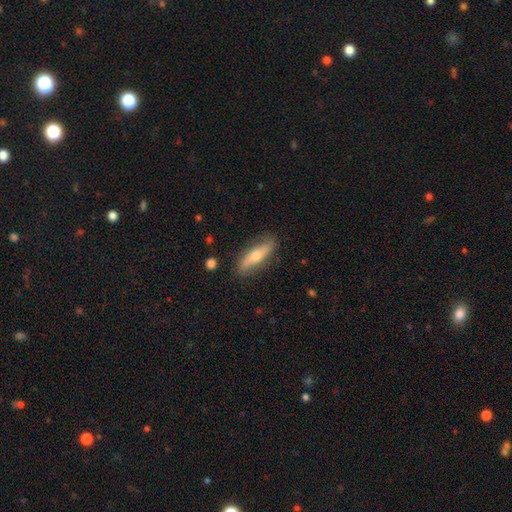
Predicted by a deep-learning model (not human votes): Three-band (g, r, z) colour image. It shows a featured or disk galaxy (49%). Merging: none (85%).